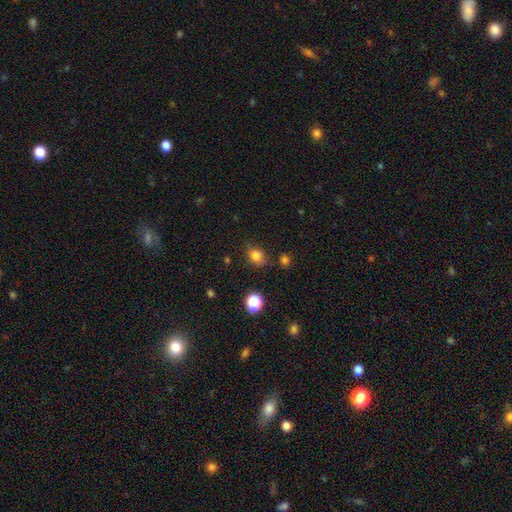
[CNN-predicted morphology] Smooth or featured?
  - smooth: 77% *
  - star or artifact: 15%
  - featured or disk: 7%
How rounded?
  - round: 54% *
  - in between: 45%
  - cigar-shaped: 1%
Merging?
  - none: 63% *
  - minor disturbance: 25%
  - major disturbance: 8%
  - merger: 5%